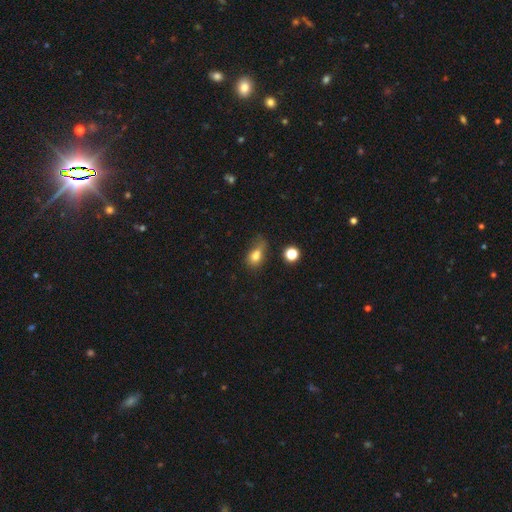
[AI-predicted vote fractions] This is likely a smooth galaxy (76%). How rounded: likely in between (66%). Merging: marginally none (34%).